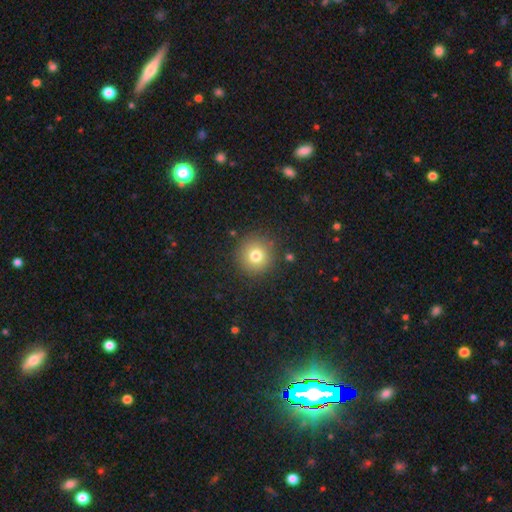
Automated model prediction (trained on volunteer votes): A smooth galaxy with no disk features (76%) that is round (95%).

Vote fractions:
- Smooth or featured? smooth: 76% / star or artifact: 14% / featured or disk: 10%
- How rounded? round: 95% / in between: 5% / cigar-shaped: 1%
- Merging? none: 88% / minor disturbance: 7% / major disturbance: 3% / merger: 2%